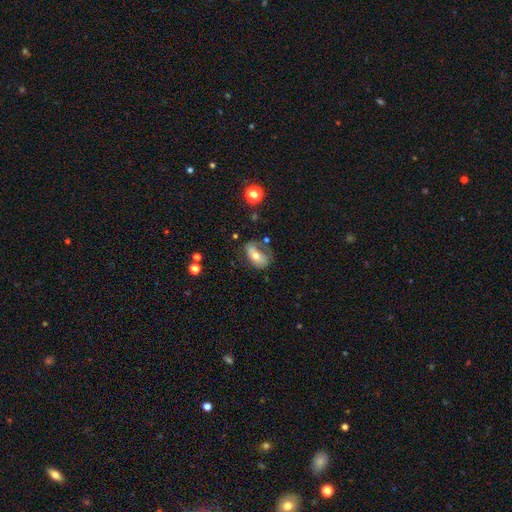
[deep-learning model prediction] Overall: smooth (55%; featured or disk 37%). How rounded: in between (88%). Merging: none (43%; minor disturbance 29%).